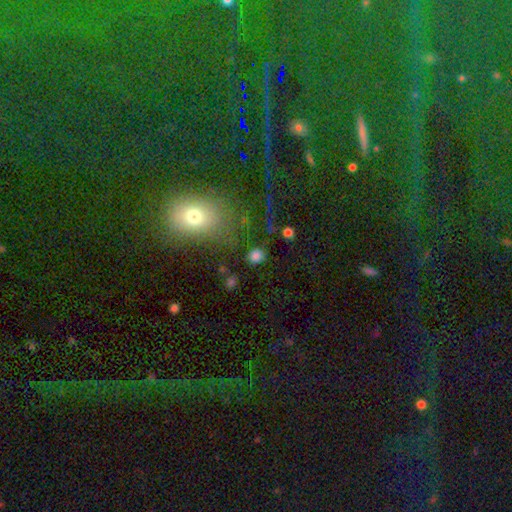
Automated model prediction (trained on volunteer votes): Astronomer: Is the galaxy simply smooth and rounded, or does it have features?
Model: smooth — 82%.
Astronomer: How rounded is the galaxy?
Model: round — 78%.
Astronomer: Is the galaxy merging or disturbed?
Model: none — 84%.